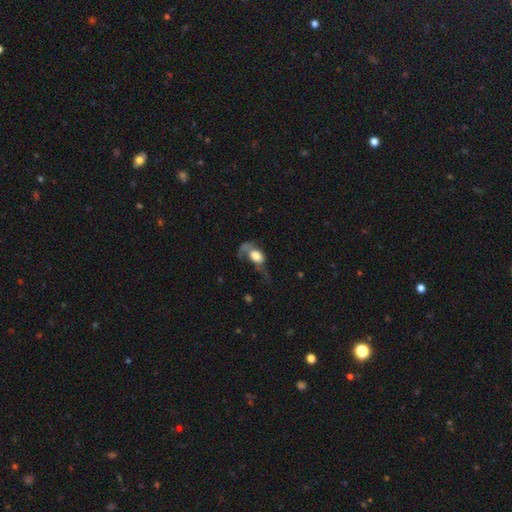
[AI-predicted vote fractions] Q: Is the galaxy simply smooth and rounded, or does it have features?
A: smooth — 55%.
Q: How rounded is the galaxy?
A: in between — 73%.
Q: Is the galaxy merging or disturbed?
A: major disturbance — 58%.